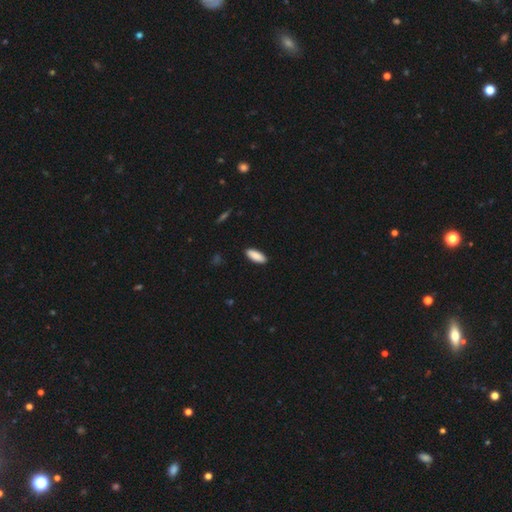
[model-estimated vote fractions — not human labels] This is clearly a smooth galaxy (90%). How rounded: likely in between (75%). Merging: clearly none (90%).